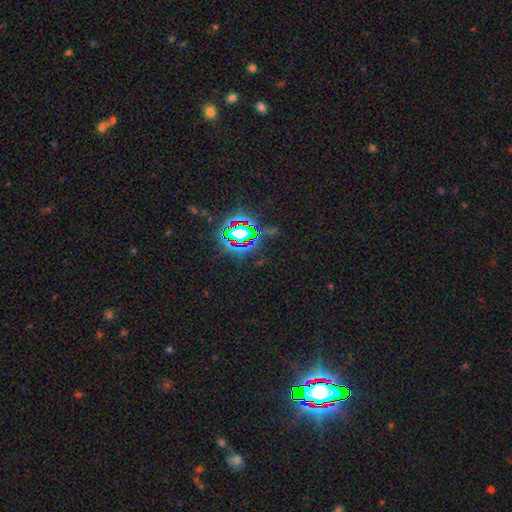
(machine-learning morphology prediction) smooth-or-featured: star or artifact: 83% | smooth: 9% | featured or disk: 8%